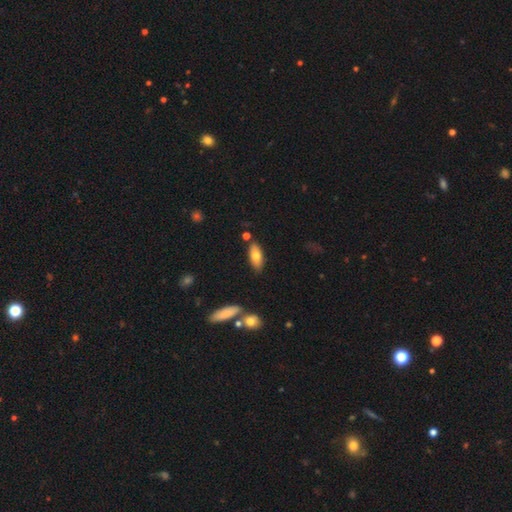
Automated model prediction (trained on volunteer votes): Overall: smooth (74%). How rounded: in between (81%). Merging: none (79%).